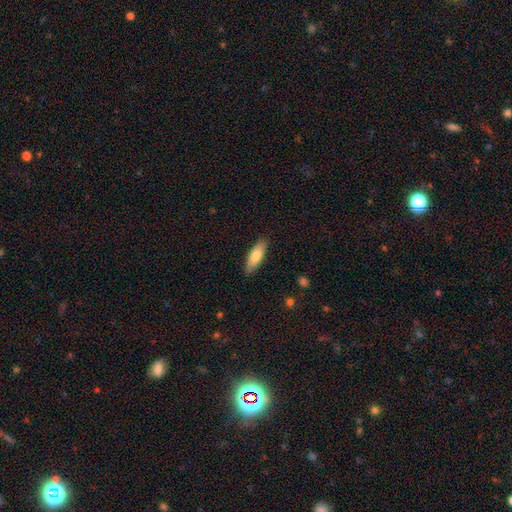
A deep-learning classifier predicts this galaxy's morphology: Overall: smooth (76%). How rounded: in between (64%; cigar-shaped 34%). Merging: none (85%).